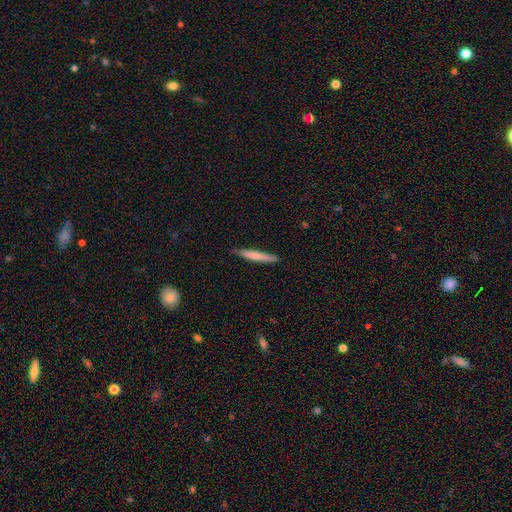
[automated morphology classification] A smooth galaxy with no disk features (71%) that is cigar-shaped (95%). Merging: none (87%).